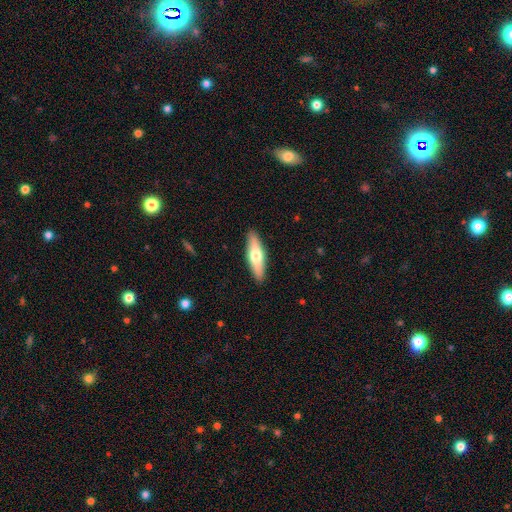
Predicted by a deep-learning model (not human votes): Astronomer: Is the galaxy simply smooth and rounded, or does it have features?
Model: smooth — 58% (runner-up: featured or disk, 37%).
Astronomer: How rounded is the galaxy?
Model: cigar-shaped — 59% (runner-up: in between, 39%).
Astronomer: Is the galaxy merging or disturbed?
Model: none — 90%.